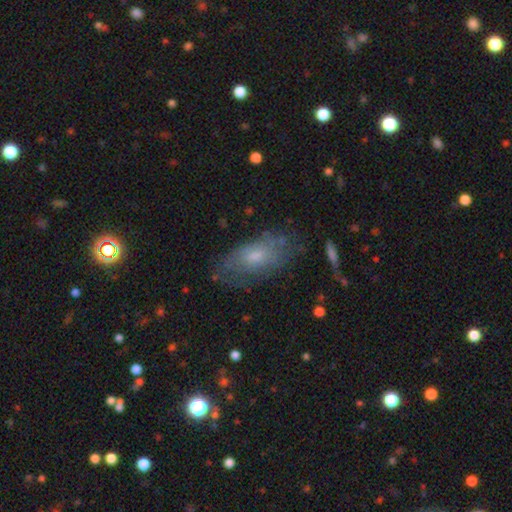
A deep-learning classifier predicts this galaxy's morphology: The model was most divided on "smooth or featured": smooth: 50%, featured or disk: 38%, star or artifact: 11%. More confident: how rounded — in between (86%); merging — none (66%).